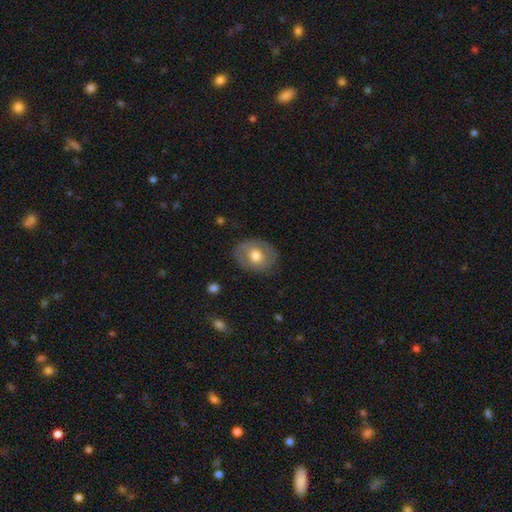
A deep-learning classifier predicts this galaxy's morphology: This appears to be a smooth galaxy with no disk features (59%) that is in between round and cigar-shaped (54%). Merging: none (79%).